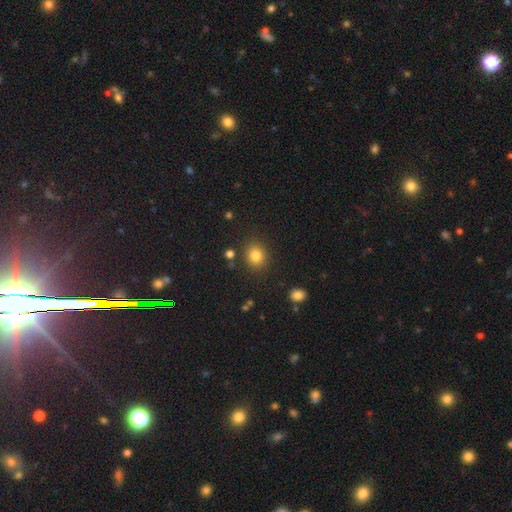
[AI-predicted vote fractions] Smooth or featured?
  - smooth: 83% *
  - star or artifact: 12%
  - featured or disk: 6%
How rounded?
  - round: 69% *
  - in between: 30%
  - cigar-shaped: 1%
Merging?
  - none: 85% *
  - minor disturbance: 9%
  - major disturbance: 3%
  - merger: 3%